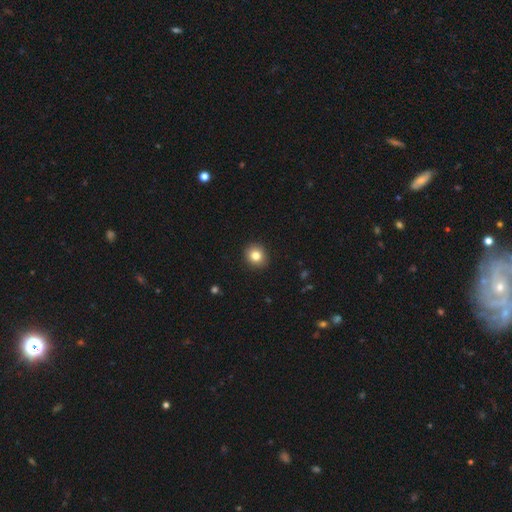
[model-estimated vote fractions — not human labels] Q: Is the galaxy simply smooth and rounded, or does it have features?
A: smooth — 82%.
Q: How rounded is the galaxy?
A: round — 80%.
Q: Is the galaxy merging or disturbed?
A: none — 91%.